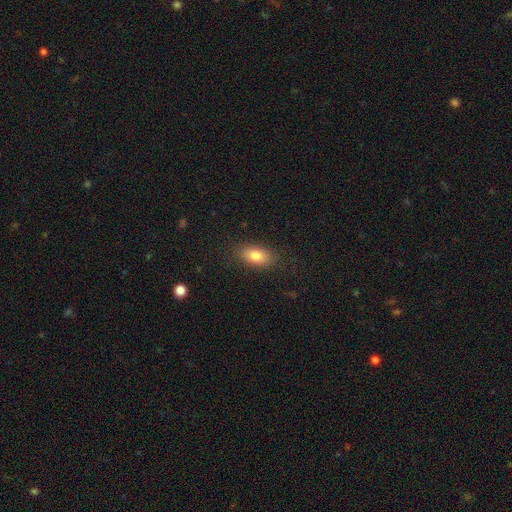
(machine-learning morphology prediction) A smooth galaxy with no disk features (81%) that is in between round and cigar-shaped (88%).

Vote fractions:
- Smooth or featured? smooth: 81% / featured or disk: 11% / star or artifact: 8%
- How rounded? in between: 88% / round: 7% / cigar-shaped: 5%
- Merging? none: 86% / minor disturbance: 10% / major disturbance: 3% / merger: 1%